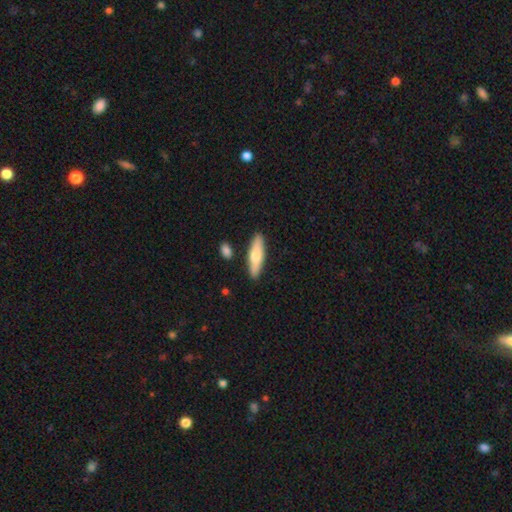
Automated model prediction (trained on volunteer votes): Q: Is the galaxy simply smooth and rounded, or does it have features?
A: smooth — 65%.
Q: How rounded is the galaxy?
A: cigar-shaped — 64%.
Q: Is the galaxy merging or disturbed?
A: none — 85%.